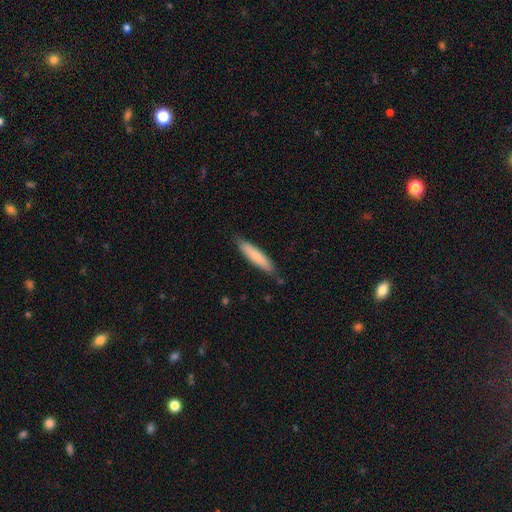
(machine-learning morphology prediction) Smooth or featured?
  - smooth: 77% *
  - featured or disk: 17%
  - star or artifact: 5%
How rounded?
  - cigar-shaped: 83% *
  - in between: 16%
  - round: 1%
Merging?
  - none: 82% *
  - minor disturbance: 14%
  - major disturbance: 2%
  - merger: 2%